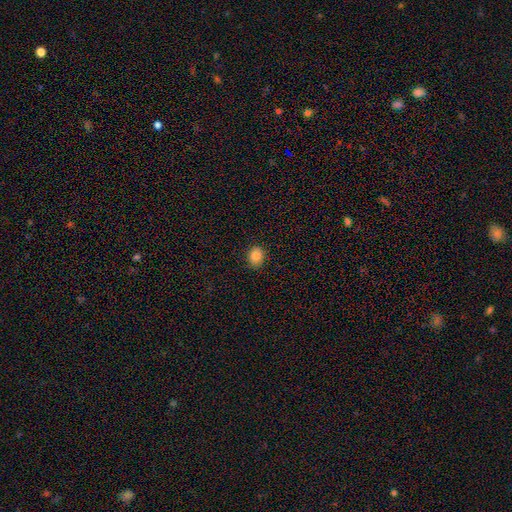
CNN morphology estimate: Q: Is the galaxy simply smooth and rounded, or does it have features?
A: smooth — 84%.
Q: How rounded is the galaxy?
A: round — 56%.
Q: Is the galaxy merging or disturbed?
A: none — 87%.